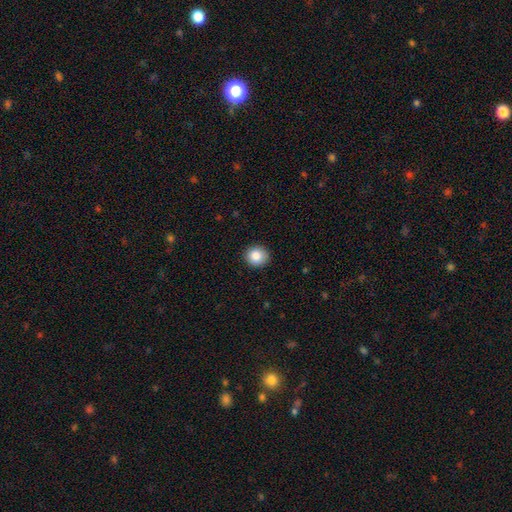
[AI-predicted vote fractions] Q: Smooth or featured?
A: smooth (85%); runner-up: star or artifact (9%)
Q: How rounded?
A: round (86%); runner-up: in between (13%)
Q: Merging?
A: none (91%); runner-up: minor disturbance (6%)